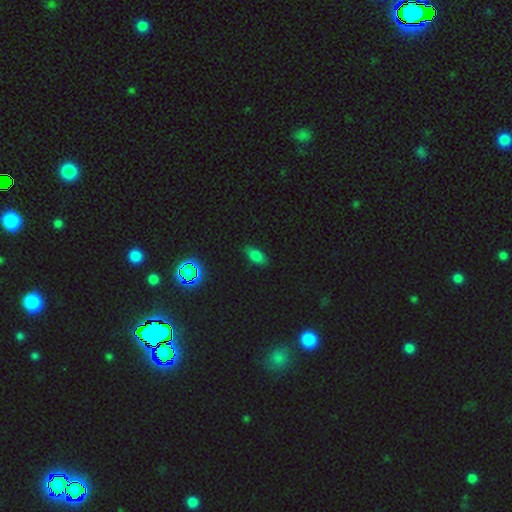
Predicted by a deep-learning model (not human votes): smooth-or-featured: smooth: 73% | star or artifact: 18% | featured or disk: 9%
  how-rounded: in between: 85% | cigar-shaped: 9% | round: 5%
  merging: none: 80% | minor disturbance: 15% | major disturbance: 3% | merger: 1%